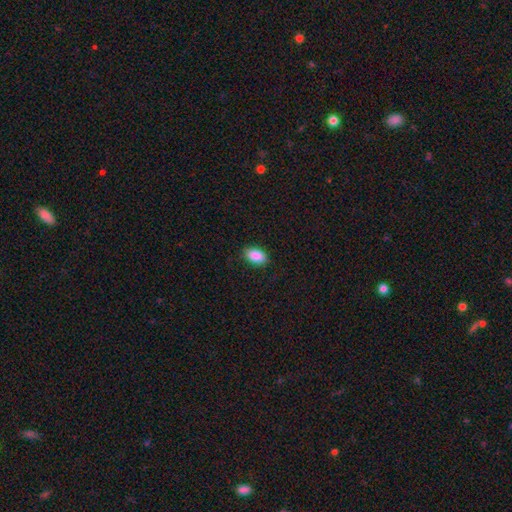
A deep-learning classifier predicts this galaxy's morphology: Smooth or featured?
  - smooth: 90% *
  - star or artifact: 7%
  - featured or disk: 3%
How rounded?
  - in between: 92% *
  - round: 7%
  - cigar-shaped: 2%
Merging?
  - none: 87% *
  - minor disturbance: 10%
  - major disturbance: 2%
  - merger: 1%